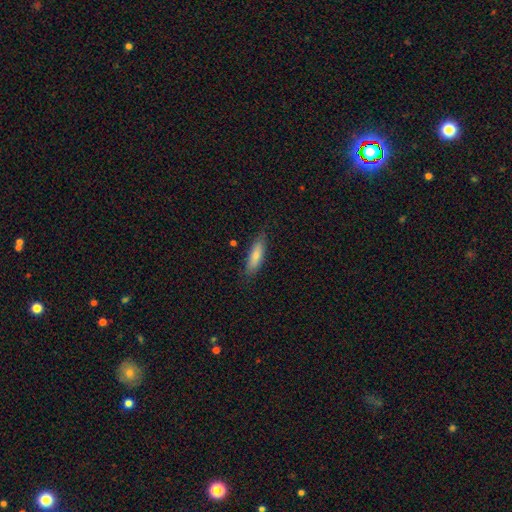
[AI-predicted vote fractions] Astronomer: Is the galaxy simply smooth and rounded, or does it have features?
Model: smooth — 78%.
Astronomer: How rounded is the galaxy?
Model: cigar-shaped — 51% (runner-up: in between, 47%).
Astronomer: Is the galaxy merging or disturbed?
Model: none — 81%.